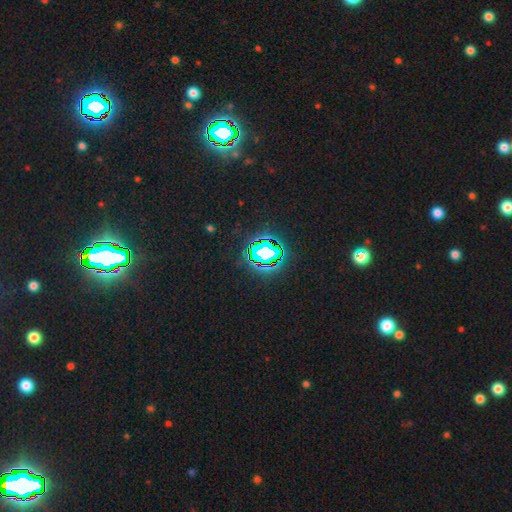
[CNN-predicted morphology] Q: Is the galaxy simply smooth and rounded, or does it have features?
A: star or artifact — 83%.